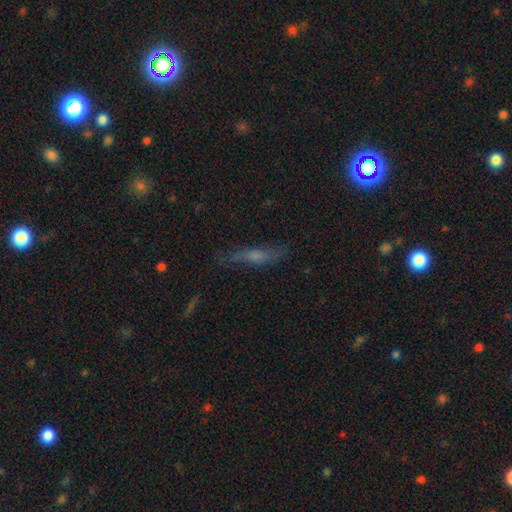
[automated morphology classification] smooth-or-featured: featured or disk: 45% | smooth: 41% | star or artifact: 15%
  merging: none: 72% | minor disturbance: 19% | major disturbance: 7% | merger: 2%